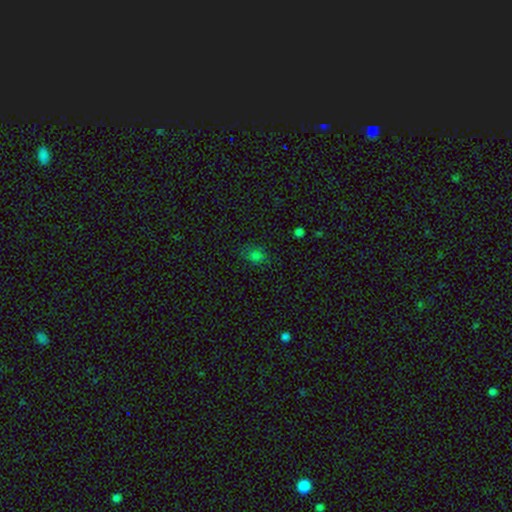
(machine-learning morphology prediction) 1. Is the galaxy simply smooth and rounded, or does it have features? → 75% smooth, 19% star or artifact, 5% featured or disk.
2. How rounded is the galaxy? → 50% in between, 49% round, 1% cigar-shaped.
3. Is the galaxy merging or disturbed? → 77% none, 17% minor disturbance, 4% major disturbance, 2% merger.